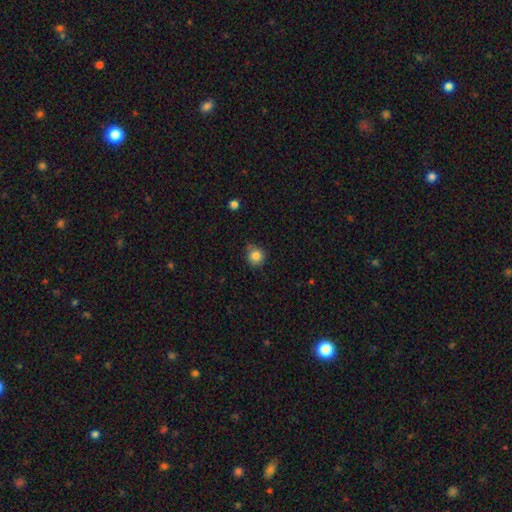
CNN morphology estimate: Overall: smooth (84%). How rounded: round (88%). Merging: none (69%).